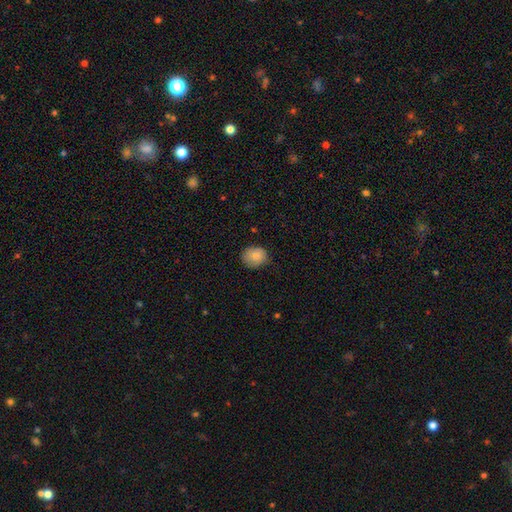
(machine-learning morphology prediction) Overall: smooth (79%). How rounded: round (67%; in between 32%). Merging: none (74%).